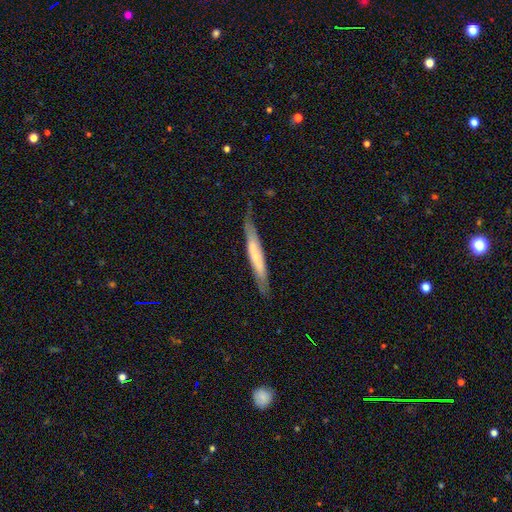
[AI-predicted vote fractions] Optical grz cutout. It shows a featured or disk galaxy (49%). Merging: none (77%).